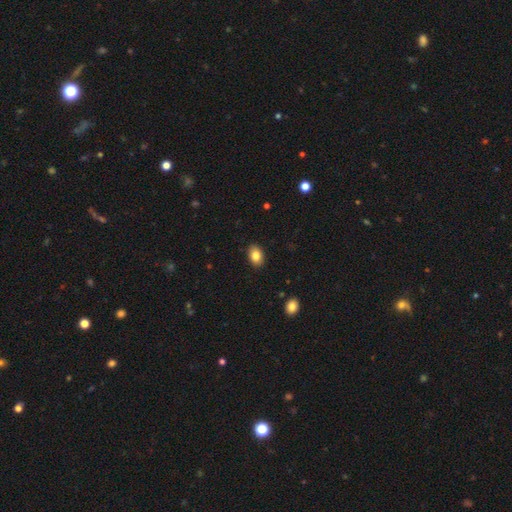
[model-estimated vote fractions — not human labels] smooth 84%, star or artifact 9%, featured or disk 7%. Down the decision tree: how rounded — in between (81%); merging — none (89%).